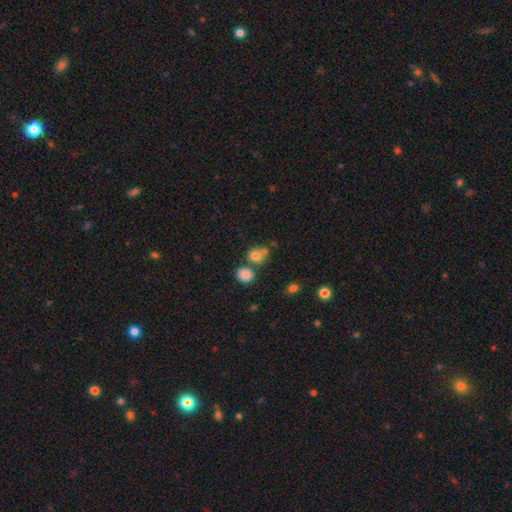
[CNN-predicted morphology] Smooth or featured? Predicted: smooth (p=0.79). How rounded? Predicted: round (p=0.74). Merging? Predicted: none (p=0.54).